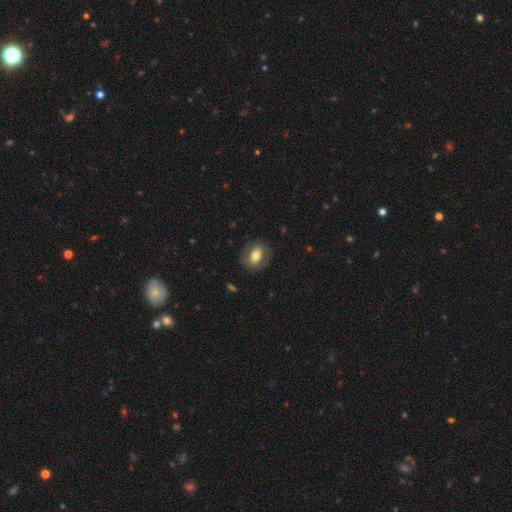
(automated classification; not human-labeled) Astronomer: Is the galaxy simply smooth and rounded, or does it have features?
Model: smooth — 57% (runner-up: featured or disk, 36%).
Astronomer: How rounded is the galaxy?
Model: in between — 68%.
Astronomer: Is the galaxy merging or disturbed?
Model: none — 80%.